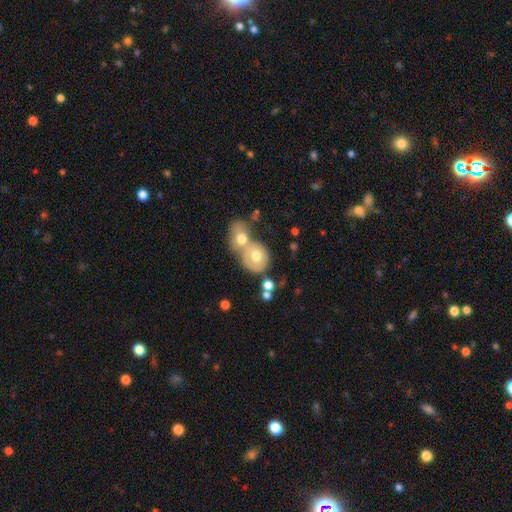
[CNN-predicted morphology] Overall: smooth (57%; featured or disk 35%). How rounded: round (64%; in between 35%). Merging: merger (68%).